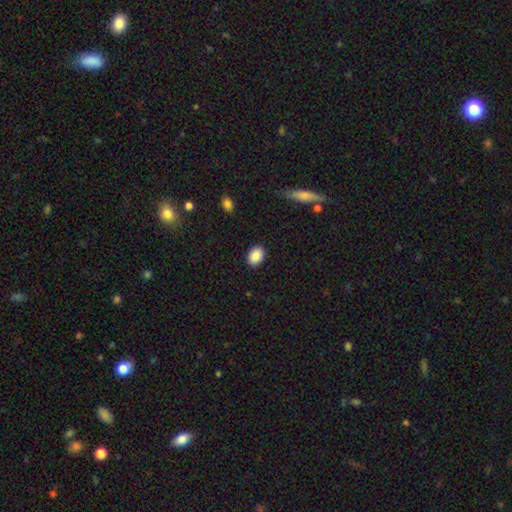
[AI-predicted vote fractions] Q: Smooth or featured?
A: smooth (89%); runner-up: star or artifact (8%)
Q: How rounded?
A: in between (74%); runner-up: round (25%)
Q: Merging?
A: none (90%); runner-up: minor disturbance (7%)